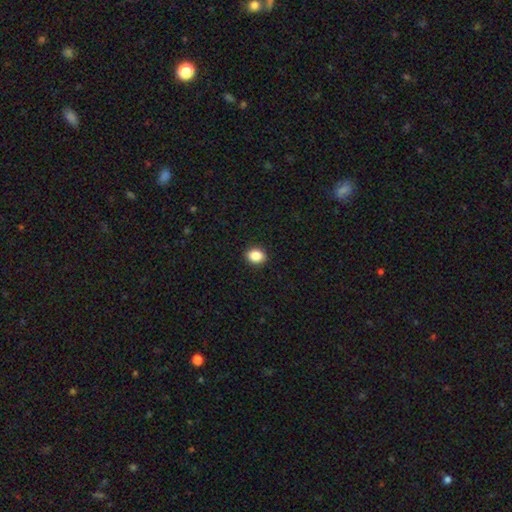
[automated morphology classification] Q: Smooth or featured?
A: smooth (86%); runner-up: star or artifact (10%)
Q: How rounded?
A: in between (52%); runner-up: round (47%)
Q: Merging?
A: none (92%); runner-up: minor disturbance (6%)